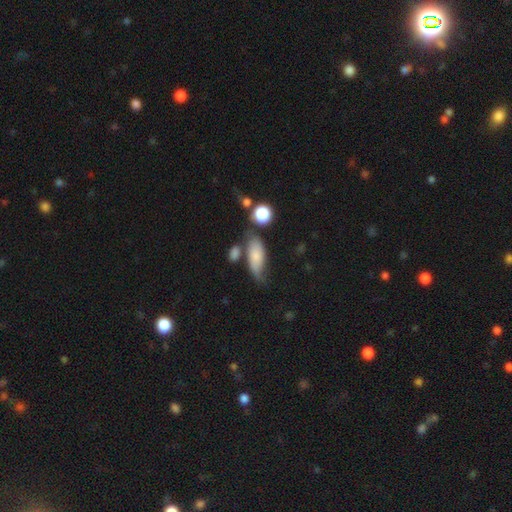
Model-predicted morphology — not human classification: The model was most divided on "merging": none: 44%, minor disturbance: 29%, merger: 14%, major disturbance: 13%. More confident: how rounded — in between (80%); smooth or featured — smooth (71%).